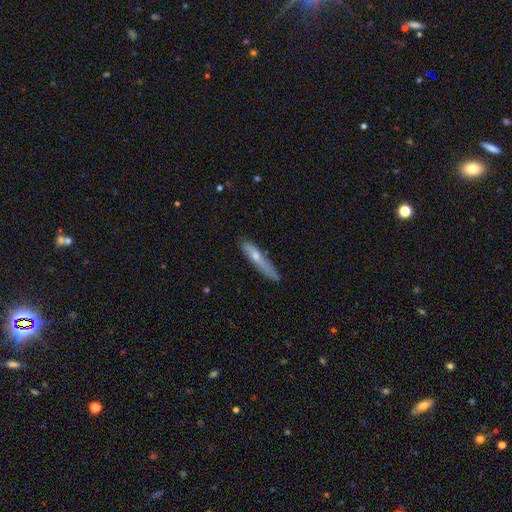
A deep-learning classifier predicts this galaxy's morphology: type=smooth (53%); roundness=cigar-shaped (91%); merging=none (76%).